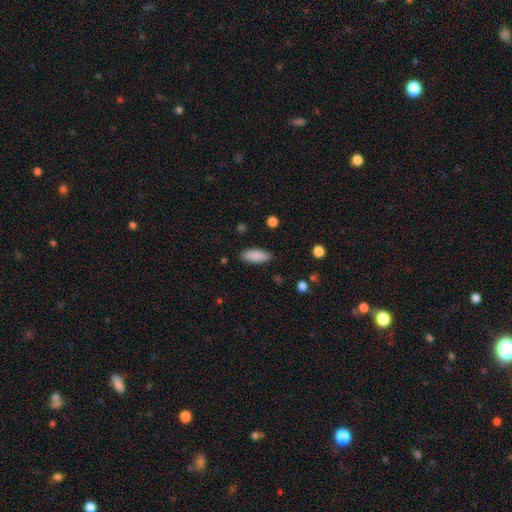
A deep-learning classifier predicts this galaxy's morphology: Smooth or featured? smooth (88%)
How rounded? in between (74%)
Merging? none (86%)